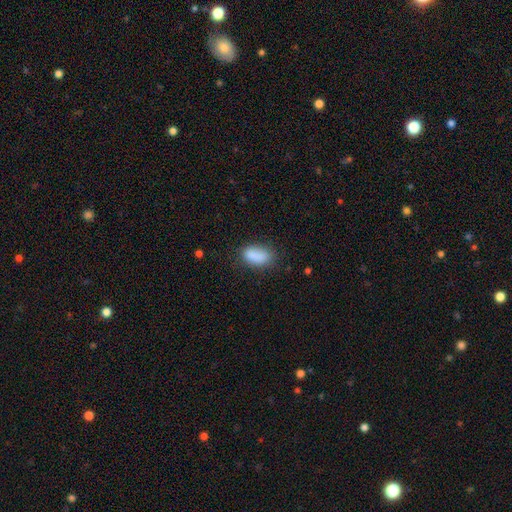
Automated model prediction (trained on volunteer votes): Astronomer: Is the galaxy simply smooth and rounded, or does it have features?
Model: smooth — 85%.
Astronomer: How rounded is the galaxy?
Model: in between — 90%.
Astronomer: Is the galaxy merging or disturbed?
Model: none — 67%.